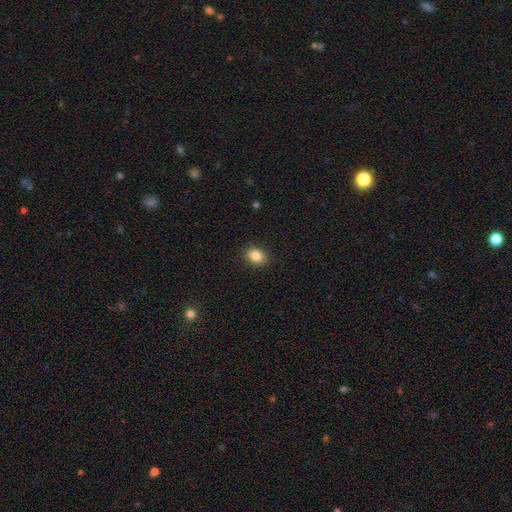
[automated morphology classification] Smooth or featured?
  - smooth: 85% *
  - star or artifact: 9%
  - featured or disk: 6%
How rounded?
  - in between: 58% *
  - round: 41%
  - cigar-shaped: 1%
Merging?
  - none: 89% *
  - minor disturbance: 8%
  - major disturbance: 2%
  - merger: 1%